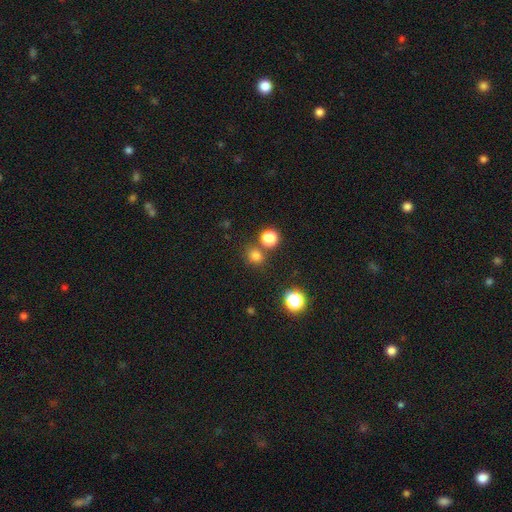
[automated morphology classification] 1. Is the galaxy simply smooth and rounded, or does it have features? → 75% smooth, 20% star or artifact, 5% featured or disk.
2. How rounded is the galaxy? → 80% round, 19% in between, 1% cigar-shaped.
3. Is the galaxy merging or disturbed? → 70% none, 18% merger, 8% minor disturbance, 3% major disturbance.